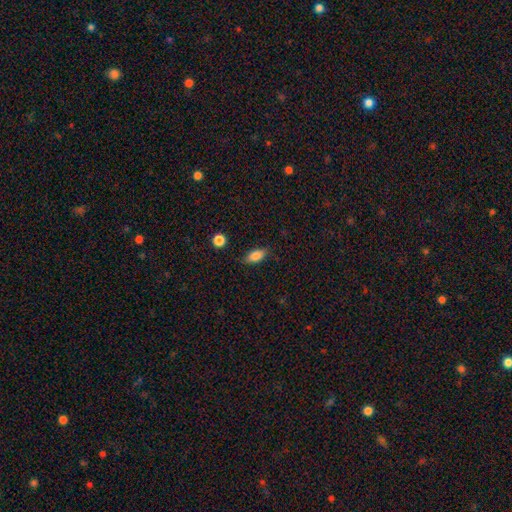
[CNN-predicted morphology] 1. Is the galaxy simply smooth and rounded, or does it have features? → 84% smooth, 8% star or artifact, 8% featured or disk.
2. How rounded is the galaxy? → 86% in between, 9% cigar-shaped, 5% round.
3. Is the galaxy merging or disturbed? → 81% none, 14% minor disturbance, 3% major disturbance, 2% merger.